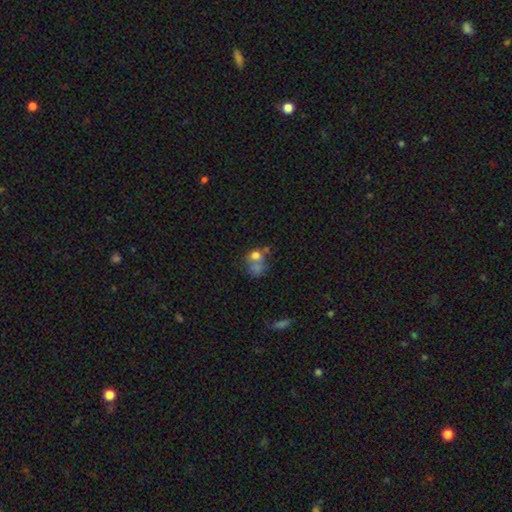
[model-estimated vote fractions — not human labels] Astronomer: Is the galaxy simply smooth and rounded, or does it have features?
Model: smooth — 64%.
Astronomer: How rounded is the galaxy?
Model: round — 58% (runner-up: in between, 41%).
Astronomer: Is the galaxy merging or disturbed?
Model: merger — 51%.